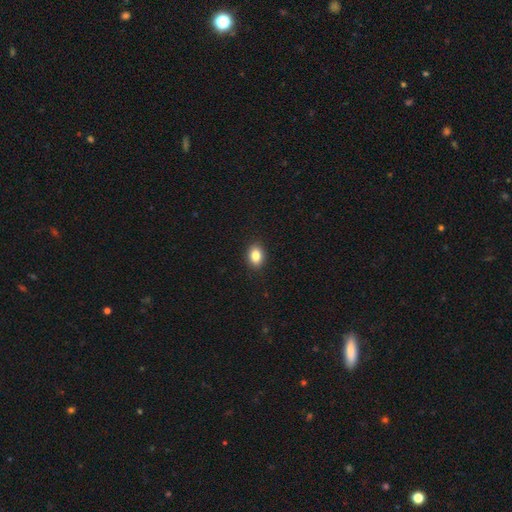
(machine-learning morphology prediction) smooth-or-featured: smooth: 85% | star or artifact: 9% | featured or disk: 5%
  how-rounded: in between: 68% | round: 30% | cigar-shaped: 1%
  merging: none: 90% | minor disturbance: 7% | major disturbance: 2% | merger: 1%